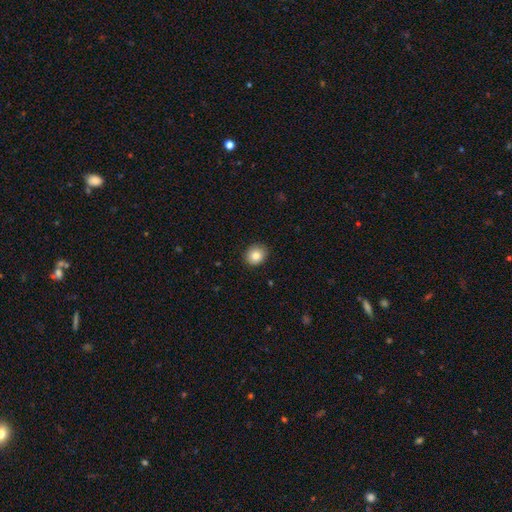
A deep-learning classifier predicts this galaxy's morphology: Smooth or featured? Predicted: smooth (p=0.84). How rounded? Predicted: round (p=0.72). Merging? Predicted: none (p=0.89).